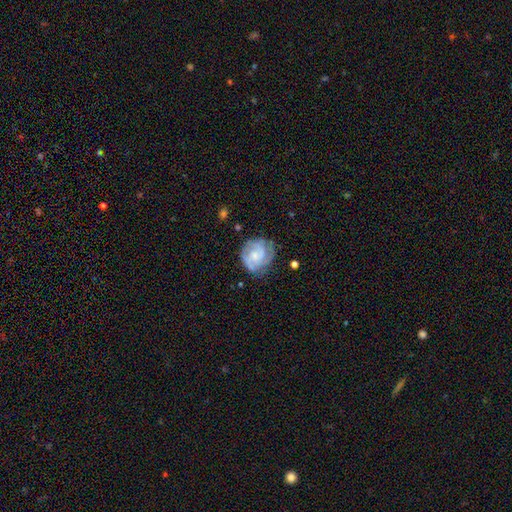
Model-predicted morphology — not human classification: Q: Smooth or featured?
A: featured or disk (68%); runner-up: smooth (25%)
Q: Edge-on disk?
A: no (98%); runner-up: yes (2%)
Q: Bar?
A: no (69%); runner-up: weak (27%)
Q: Spiral arms?
A: yes (86%); runner-up: no (14%)
Q: Spiral winding?
A: tight (50%); runner-up: medium (38%)
Q: Spiral arm count?
A: 2 (38%); runner-up: can't tell (28%)
Q: Bulge size?
A: small (54%); runner-up: moderate (33%)
Q: Merging?
A: none (65%); runner-up: minor disturbance (23%)